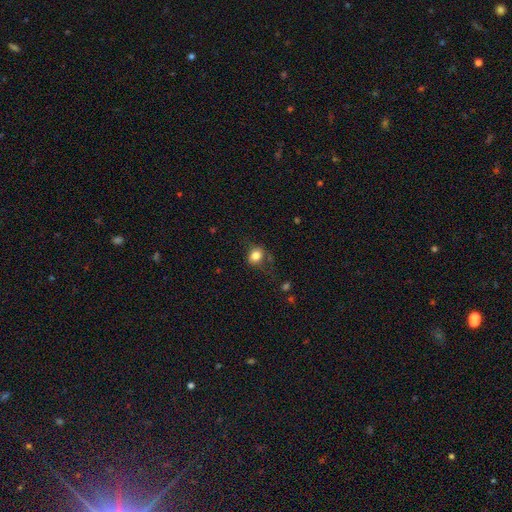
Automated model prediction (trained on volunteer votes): Morphology: type=smooth (81%); roundness=round (61%); merging=none (63%).